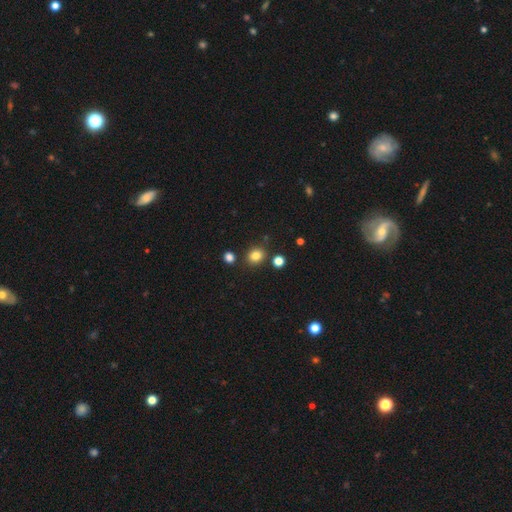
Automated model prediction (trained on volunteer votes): Smooth or featured? smooth (82%)
How rounded? round (70%)
Merging? none (83%)